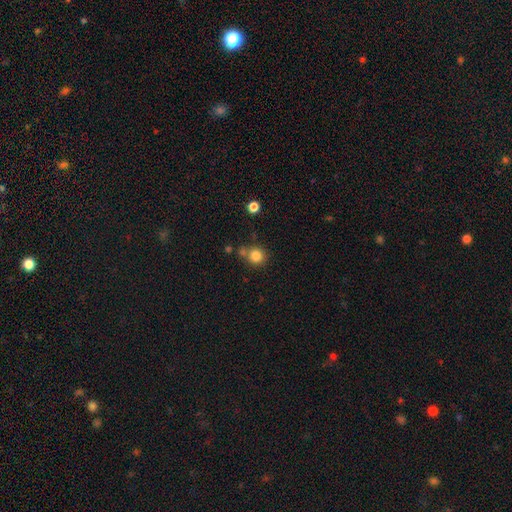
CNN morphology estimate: A smooth galaxy with no disk features (83%) that is round (91%).

Vote fractions:
- Smooth or featured? smooth: 83% / star or artifact: 12% / featured or disk: 6%
- How rounded? round: 91% / in between: 8% / cigar-shaped: 1%
- Merging? none: 69% / merger: 16% / minor disturbance: 11% / major disturbance: 4%